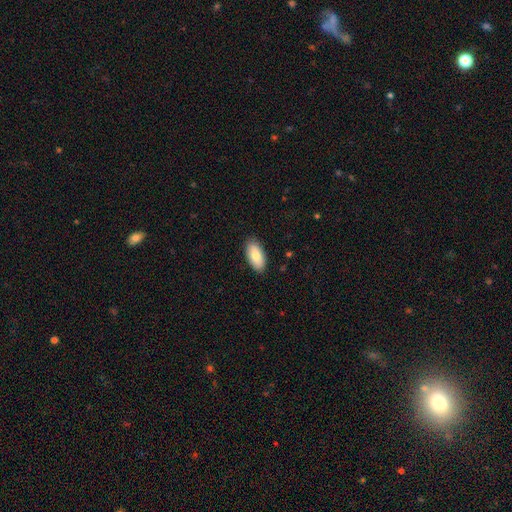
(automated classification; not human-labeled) Smooth or featured?
  - smooth: 82% *
  - featured or disk: 12%
  - star or artifact: 6%
How rounded?
  - in between: 92% *
  - cigar-shaped: 5%
  - round: 2%
Merging?
  - none: 88% *
  - minor disturbance: 9%
  - major disturbance: 2%
  - merger: 1%